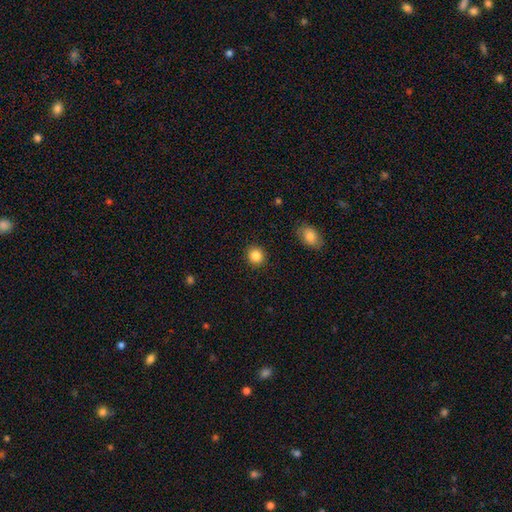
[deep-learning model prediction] This is clearly a smooth galaxy (86%). How rounded: clearly round (88%). Merging: clearly none (91%).